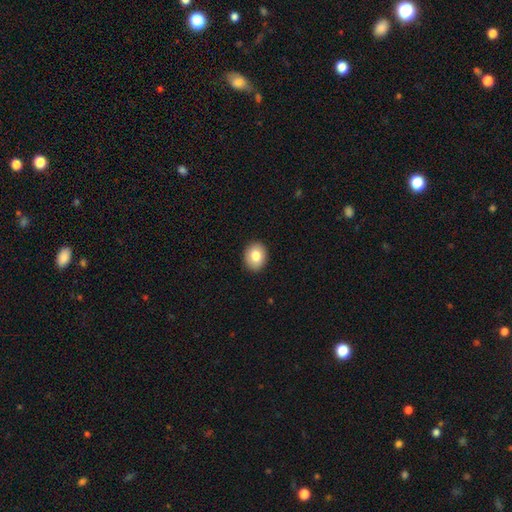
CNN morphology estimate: Smooth or featured? smooth (81%)
How rounded? round (50%)
Merging? none (91%)